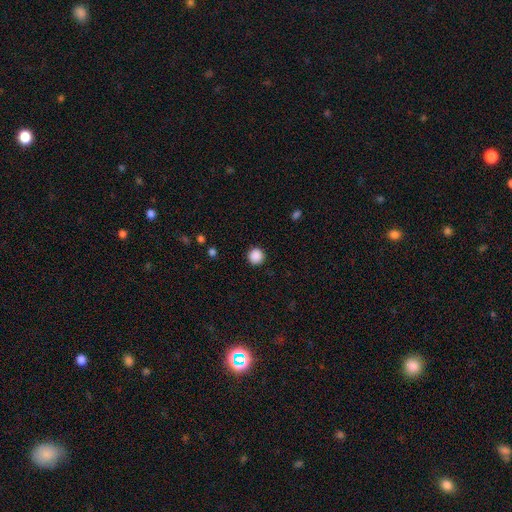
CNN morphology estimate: Overall: smooth (88%). How rounded: round (95%). Merging: none (92%).